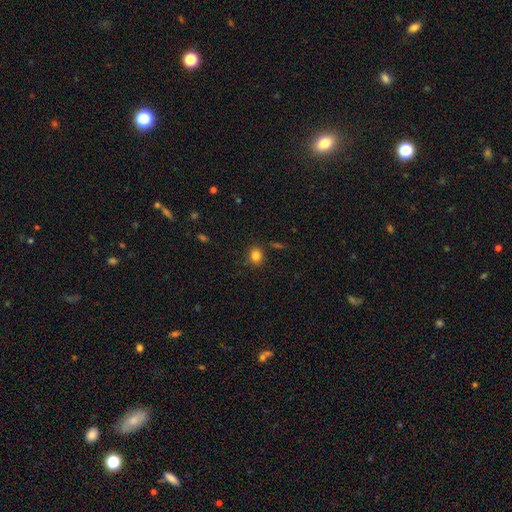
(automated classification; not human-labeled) Q: Smooth or featured?
A: smooth (83%); runner-up: star or artifact (12%)
Q: How rounded?
A: round (77%); runner-up: in between (22%)
Q: Merging?
A: none (85%); runner-up: minor disturbance (10%)